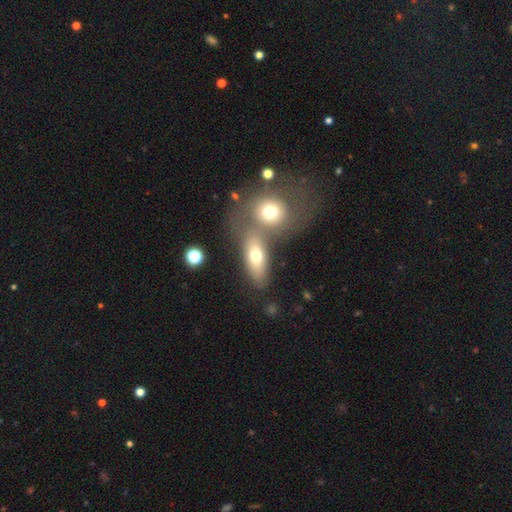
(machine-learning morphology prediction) Q: Smooth or featured?
A: smooth (65%); runner-up: featured or disk (25%)
Q: How rounded?
A: in between (70%); runner-up: round (16%)
Q: Merging?
A: none (46%); runner-up: merger (36%)